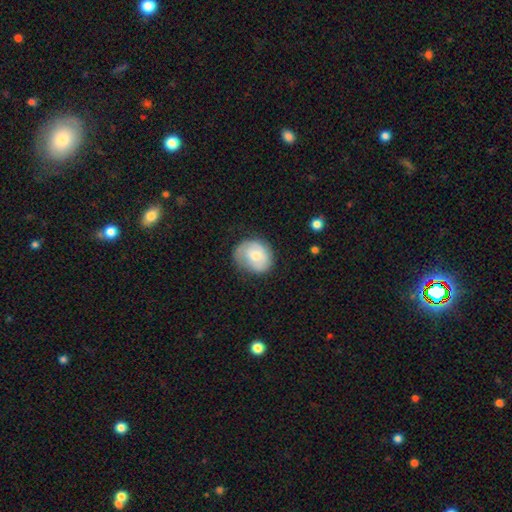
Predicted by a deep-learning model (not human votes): smooth_or_featured: smooth (p=0.57) [alt: featured or disk p=0.36]
how_rounded: round (p=0.62) [alt: in between p=0.37]
merging: none (p=0.65) [alt: minor disturbance p=0.25]